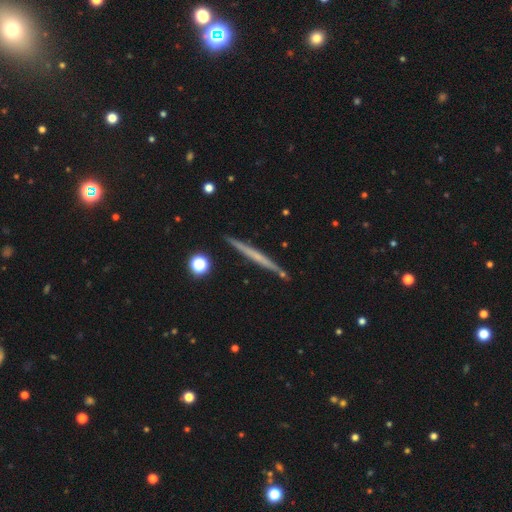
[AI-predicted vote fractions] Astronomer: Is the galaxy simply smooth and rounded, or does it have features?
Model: featured or disk — 57% (runner-up: smooth, 37%).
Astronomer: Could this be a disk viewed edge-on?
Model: yes — 98%.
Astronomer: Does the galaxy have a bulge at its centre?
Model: none — 85%.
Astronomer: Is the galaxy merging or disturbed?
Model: none — 90%.